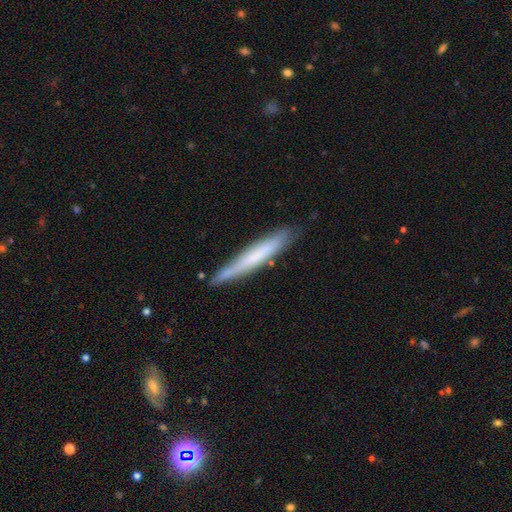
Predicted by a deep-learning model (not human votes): A smooth galaxy with no disk features (57%) that is cigar-shaped (95%).

Vote fractions:
- Smooth or featured? smooth: 57% / featured or disk: 36% / star or artifact: 6%
- How rounded? cigar-shaped: 95% / in between: 4% / round: 1%
- Merging? none: 80% / minor disturbance: 16% / major disturbance: 3% / merger: 2%